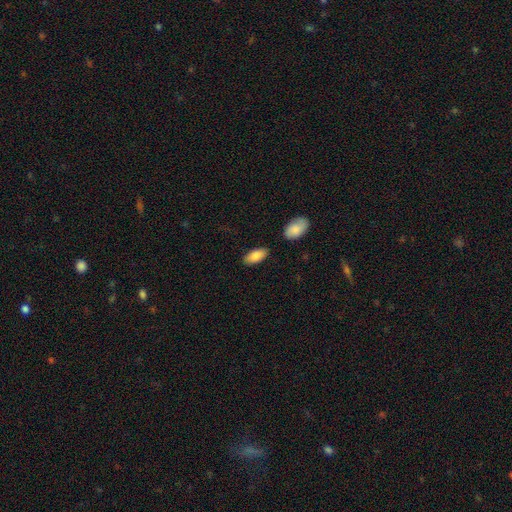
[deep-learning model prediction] smooth 86%, featured or disk 8%, star or artifact 6%. Down the decision tree: how rounded — in between (91%); merging — none (82%).